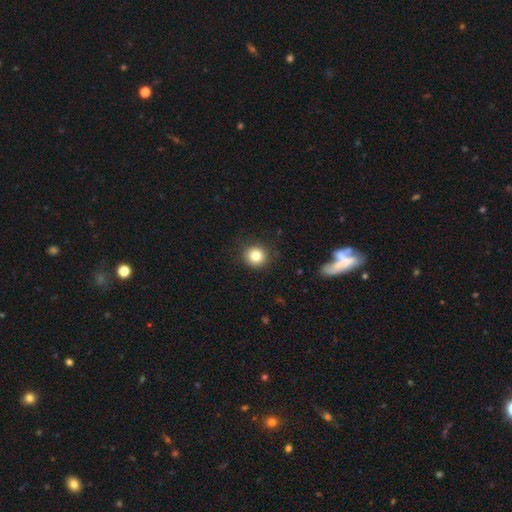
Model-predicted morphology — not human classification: smooth 83%, star or artifact 11%, featured or disk 7%. Down the decision tree: how rounded — round (92%); merging — none (88%).